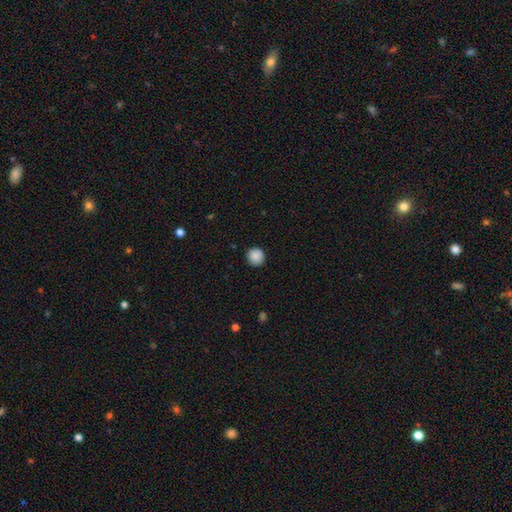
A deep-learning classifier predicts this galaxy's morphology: This appears to be a smooth galaxy with no disk features (88%) that is round (92%). Merging: none (89%).